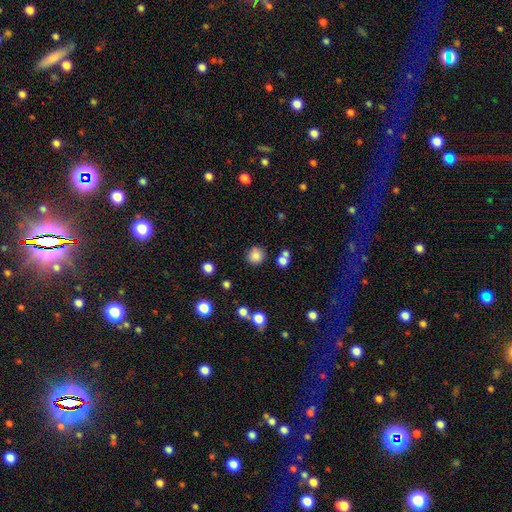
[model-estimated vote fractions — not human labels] This appears to be a smooth galaxy with no disk features (84%) that is round (90%). Merging: none (80%).